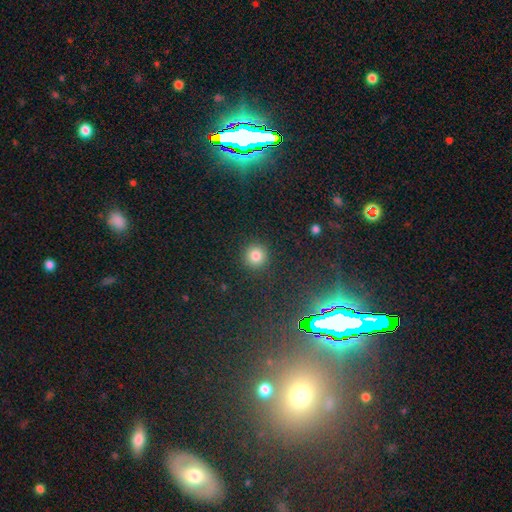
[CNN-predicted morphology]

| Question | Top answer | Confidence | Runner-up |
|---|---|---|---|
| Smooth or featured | smooth | 82% | star or artifact (12%) |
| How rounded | round | 94% | in between (5%) |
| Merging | none | 91% | minor disturbance (5%) |